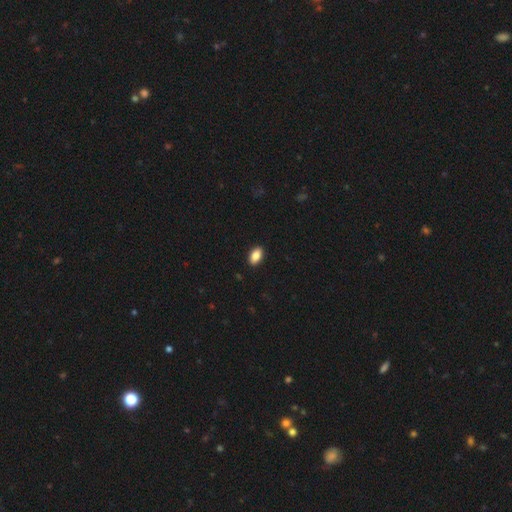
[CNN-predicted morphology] Smooth or featured? smooth (86%)
How rounded? in between (91%)
Merging? none (91%)